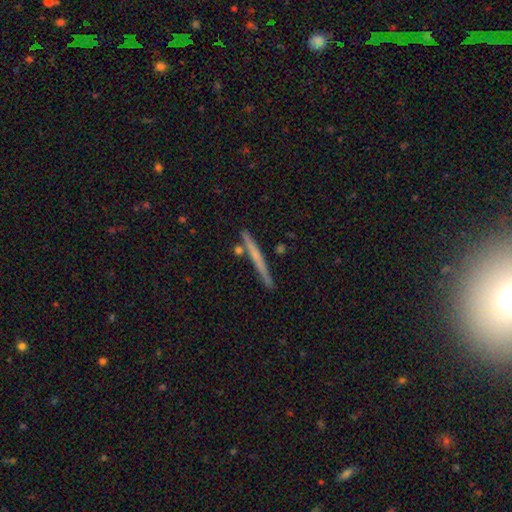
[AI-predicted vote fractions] Smooth or featured: smooth — 49% (featured or disk — 45%)
Merging: none — 86% (minor disturbance — 8%)